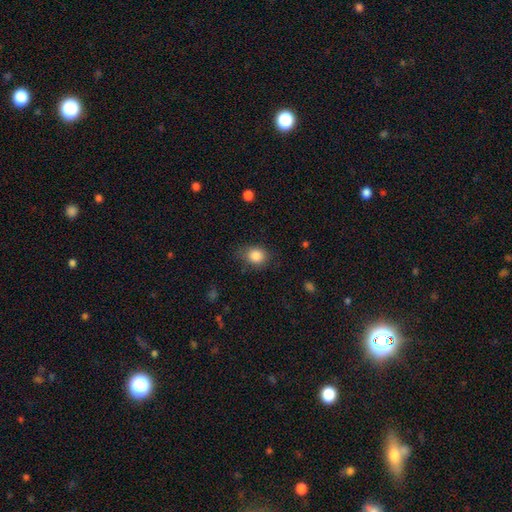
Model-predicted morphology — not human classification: Smooth or featured? Predicted: smooth (p=0.85). How rounded? Predicted: round (p=0.65). Merging? Predicted: none (p=0.74).